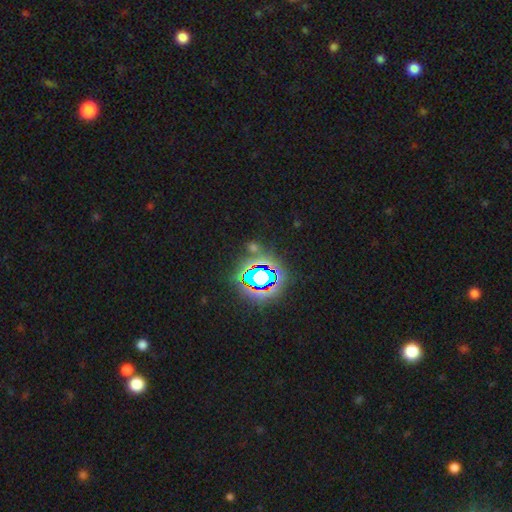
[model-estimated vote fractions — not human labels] smooth-or-featured: star or artifact: 81% | smooth: 12% | featured or disk: 7%